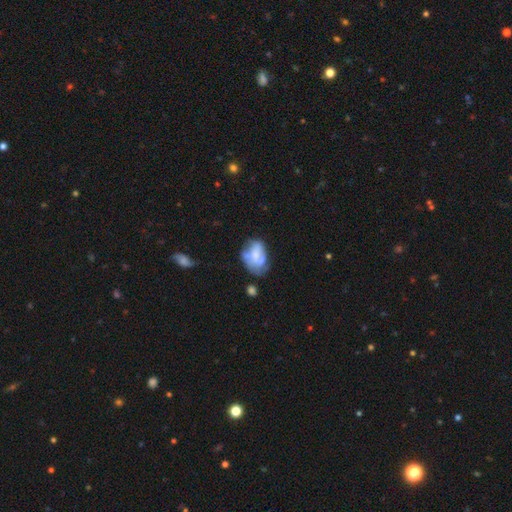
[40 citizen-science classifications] This is likely a smooth galaxy (60%). How rounded: likely in between (67%). Merging: marginally none (30%).